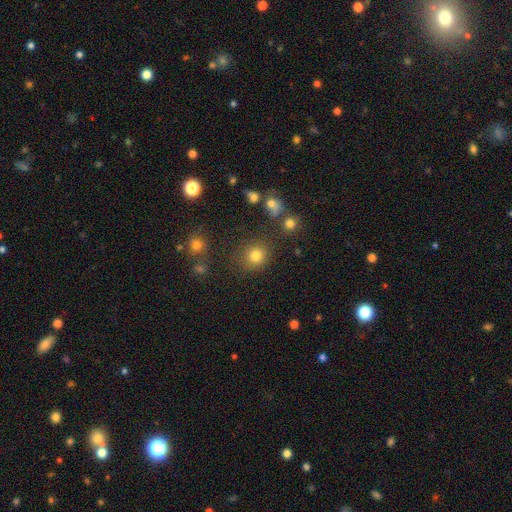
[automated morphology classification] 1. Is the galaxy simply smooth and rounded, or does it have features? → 79% smooth, 15% star or artifact, 6% featured or disk.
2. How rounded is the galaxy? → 85% round, 14% in between, 1% cigar-shaped.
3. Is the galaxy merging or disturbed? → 81% none, 10% minor disturbance, 5% merger, 4% major disturbance.